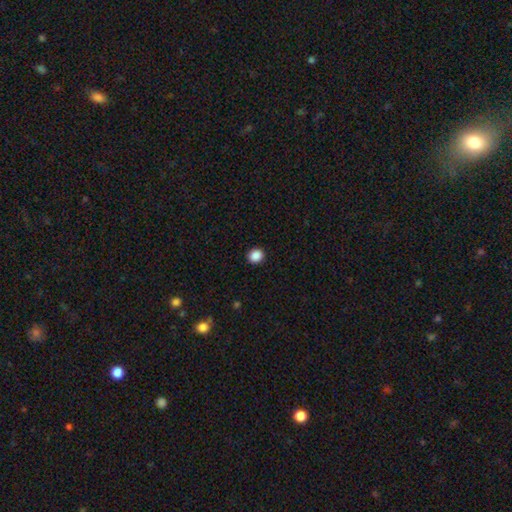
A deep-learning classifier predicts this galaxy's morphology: Smooth or featured: smooth — 89% (star or artifact — 9%)
How rounded: round — 79% (in between — 20%)
Merging: none — 92% (minor disturbance — 5%)